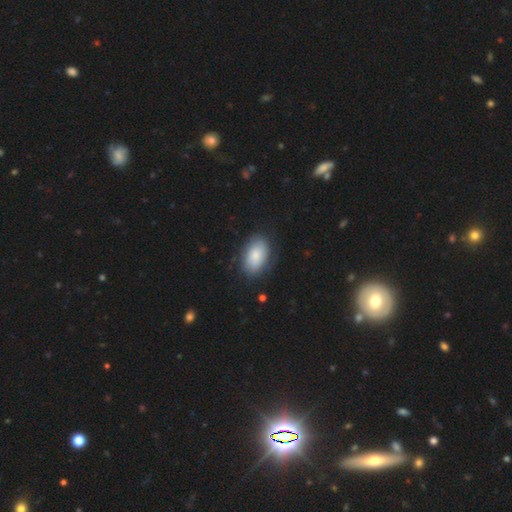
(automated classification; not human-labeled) Overall: smooth (80%). How rounded: in between (92%). Merging: none (78%).